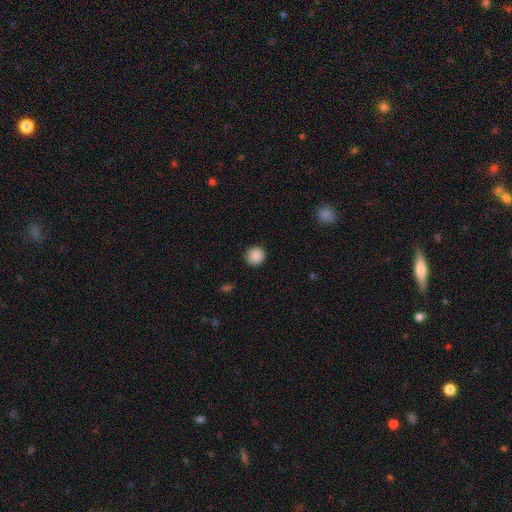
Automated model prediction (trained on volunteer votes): This appears to be a smooth galaxy with no disk features (88%) that is round (94%). Merging: none (91%).